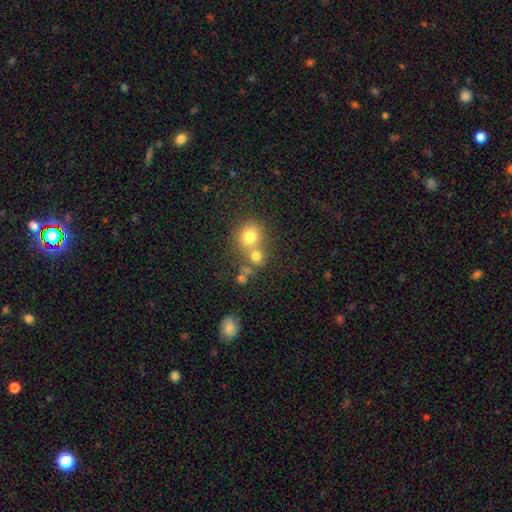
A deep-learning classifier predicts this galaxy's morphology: smooth_or_featured: smooth (p=0.74) [alt: star or artifact p=0.15]
how_rounded: round (p=0.79) [alt: in between p=0.19]
merging: merger (p=0.46) [alt: none p=0.43]